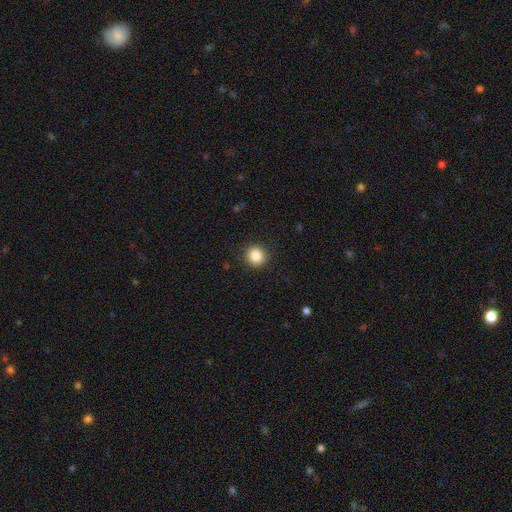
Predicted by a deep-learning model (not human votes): smooth_or_featured: smooth (p=0.87) [alt: star or artifact p=0.09]
how_rounded: round (p=0.89) [alt: in between p=0.10]
merging: none (p=0.90) [alt: minor disturbance p=0.07]